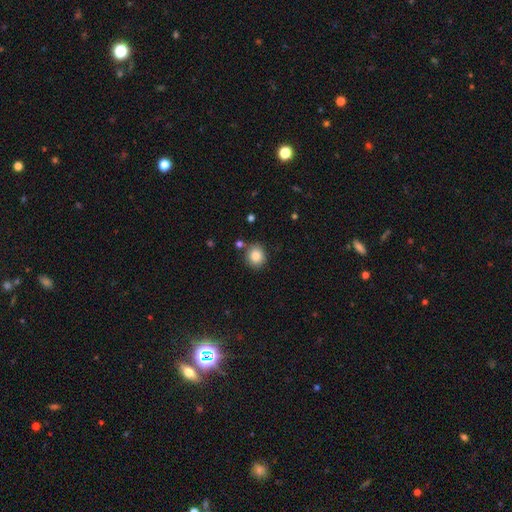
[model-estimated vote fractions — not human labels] Smooth or featured? smooth (85%)
How rounded? round (83%)
Merging? none (81%)